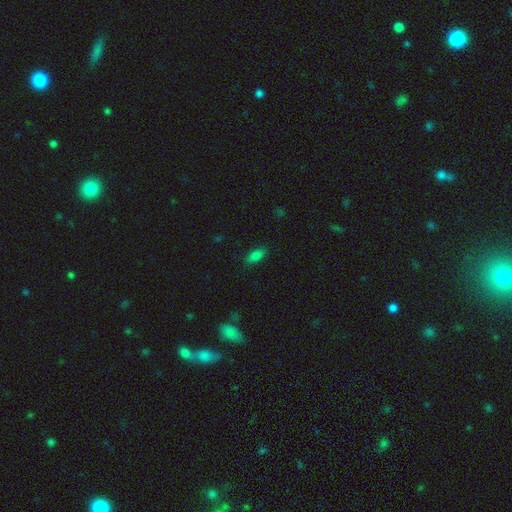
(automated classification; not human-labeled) A smooth galaxy with no disk features (77%) that is in between round and cigar-shaped (83%).

Vote fractions:
- Smooth or featured? smooth: 77% / star or artifact: 12% / featured or disk: 11%
- How rounded? in between: 83% / cigar-shaped: 13% / round: 4%
- Merging? none: 84% / minor disturbance: 12% / major disturbance: 3% / merger: 1%